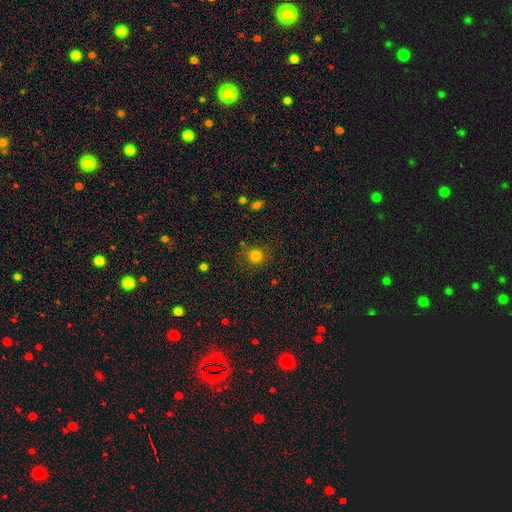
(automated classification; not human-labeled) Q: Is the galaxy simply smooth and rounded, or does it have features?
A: smooth — 81%.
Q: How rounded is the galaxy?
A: round — 85%.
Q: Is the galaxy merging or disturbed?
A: none — 78%.